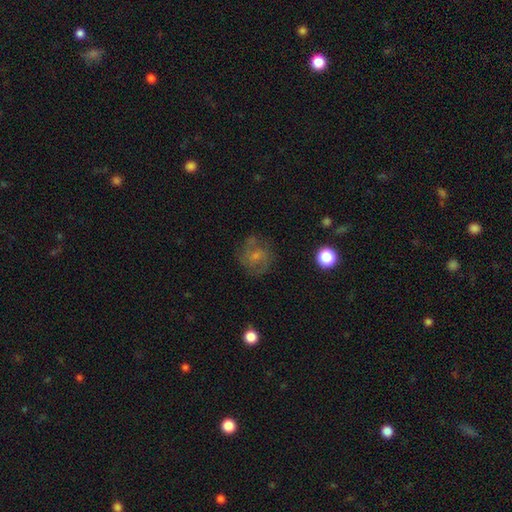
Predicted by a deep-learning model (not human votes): Morphology: type=smooth (48%); merging=none (65%).